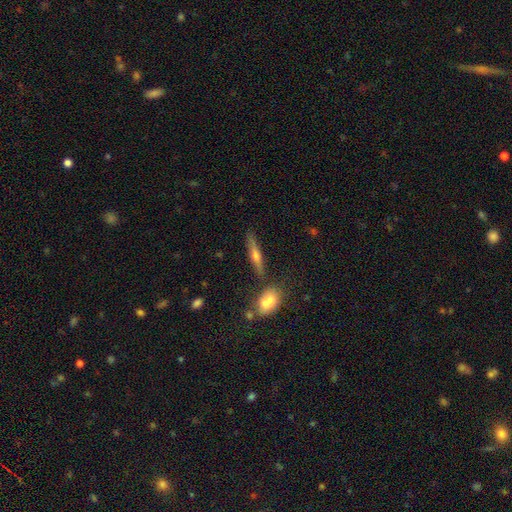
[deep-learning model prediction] smooth_or_featured: featured or disk (p=0.55) [alt: smooth p=0.36]
disk_edge_on: yes (p=0.93) [alt: no p=0.07]
edge_on_bulge: rounded (p=0.90) [alt: none p=0.06]
merging: none (p=0.78) [alt: minor disturbance p=0.11]